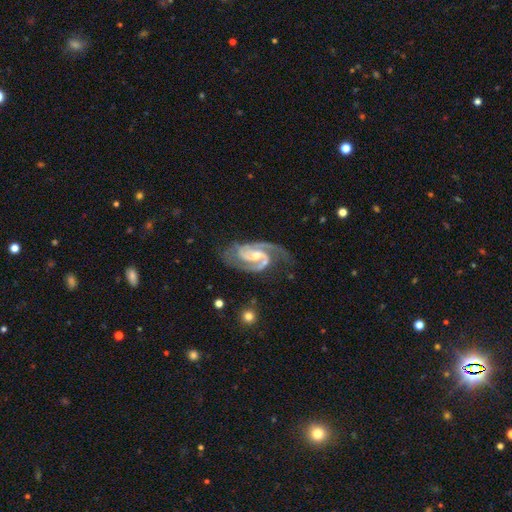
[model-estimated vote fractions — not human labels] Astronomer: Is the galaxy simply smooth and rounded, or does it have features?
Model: featured or disk — 93%.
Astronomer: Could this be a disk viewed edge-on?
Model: no — 98%.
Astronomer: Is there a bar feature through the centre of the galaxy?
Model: weak — 48% (runner-up: no, 32%).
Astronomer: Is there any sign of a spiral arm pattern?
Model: yes — 99%.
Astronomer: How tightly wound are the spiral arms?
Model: medium — 58%.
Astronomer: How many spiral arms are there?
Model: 2 — 83%.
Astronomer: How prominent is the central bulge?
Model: moderate — 47% (runner-up: small, 43%).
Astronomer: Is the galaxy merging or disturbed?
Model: none — 64%.